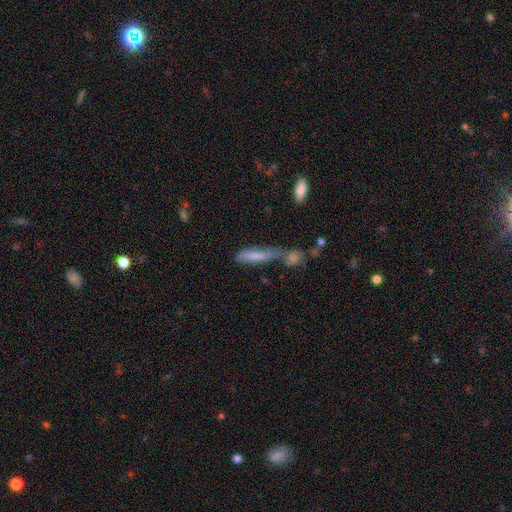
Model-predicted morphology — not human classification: This is likely a smooth galaxy (67%). How rounded: likely cigar-shaped (77%). Merging: possibly merger (51%).